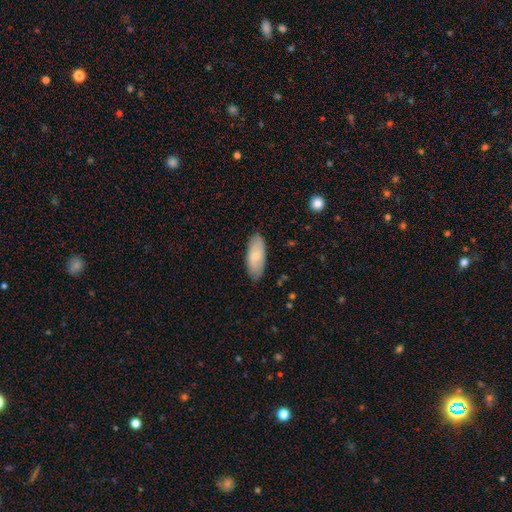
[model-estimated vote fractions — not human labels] A smooth galaxy with no disk features (75%) that is in between round and cigar-shaped (84%). Merging: none (83%).